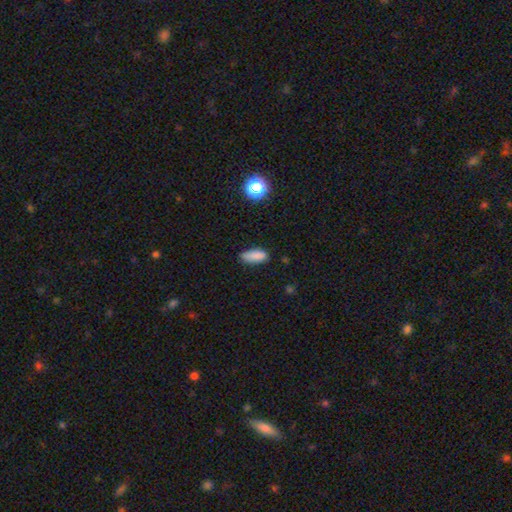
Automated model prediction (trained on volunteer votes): Smooth or featured? Predicted: smooth (p=0.86). How rounded? Predicted: in between (p=0.76). Merging? Predicted: none (p=0.76).